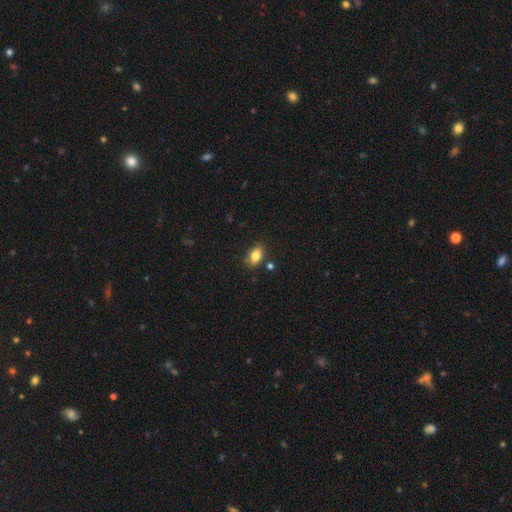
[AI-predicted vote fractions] This is clearly a smooth galaxy (80%). How rounded: clearly in between (83%). Merging: likely none (80%).